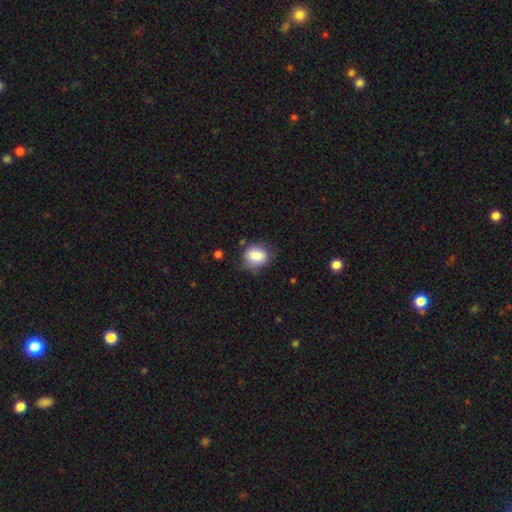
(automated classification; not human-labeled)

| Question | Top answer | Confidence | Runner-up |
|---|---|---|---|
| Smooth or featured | smooth | 84% | star or artifact (8%) |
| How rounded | round | 63% | in between (36%) |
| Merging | none | 71% | minor disturbance (22%) |